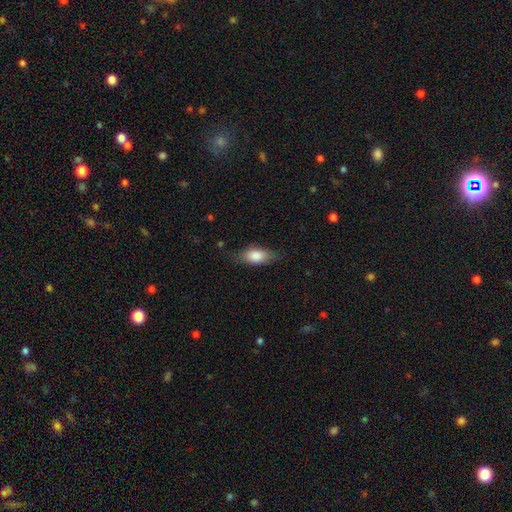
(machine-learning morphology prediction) Smooth or featured? Predicted: smooth (p=0.80). How rounded? Predicted: in between (p=0.84). Merging? Predicted: none (p=0.73).